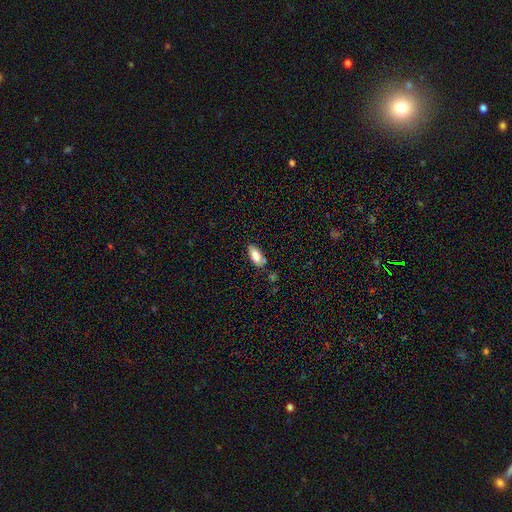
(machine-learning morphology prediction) The model was most divided on "merging": none: 73%, minor disturbance: 18%, merger: 5%, major disturbance: 3%. More confident: how rounded — in between (87%); smooth or featured — smooth (82%).